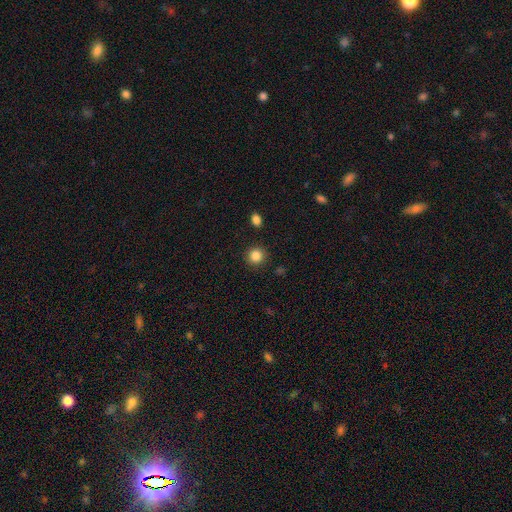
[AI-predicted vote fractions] This appears to be a smooth galaxy with no disk features (86%) that is round (92%). Merging: none (90%).